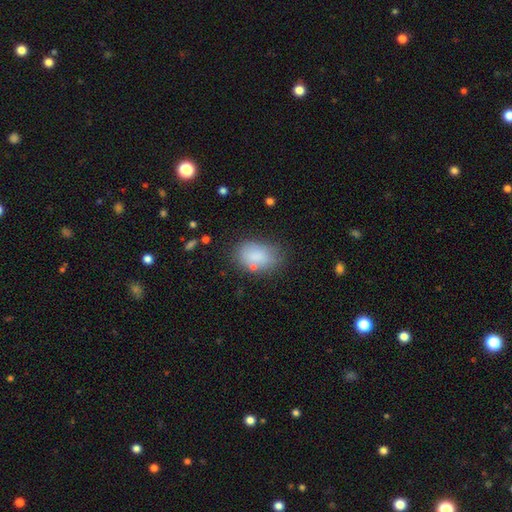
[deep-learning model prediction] smooth-or-featured: smooth: 81% | star or artifact: 10% | featured or disk: 9%
  how-rounded: in between: 85% | round: 14% | cigar-shaped: 1%
  merging: none: 67% | minor disturbance: 20% | merger: 6% | major disturbance: 6%